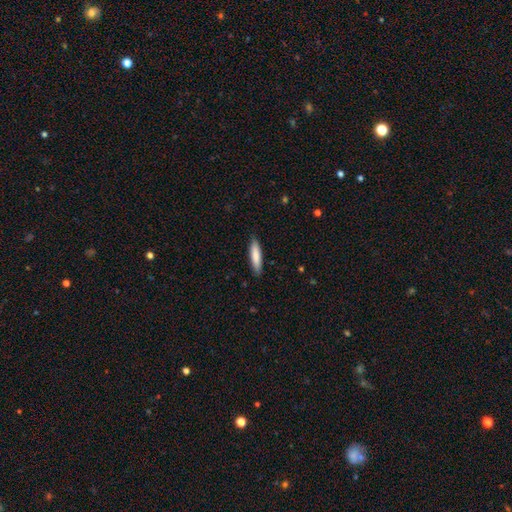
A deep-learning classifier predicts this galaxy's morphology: Overall: smooth (83%). How rounded: cigar-shaped (78%). Merging: none (88%).